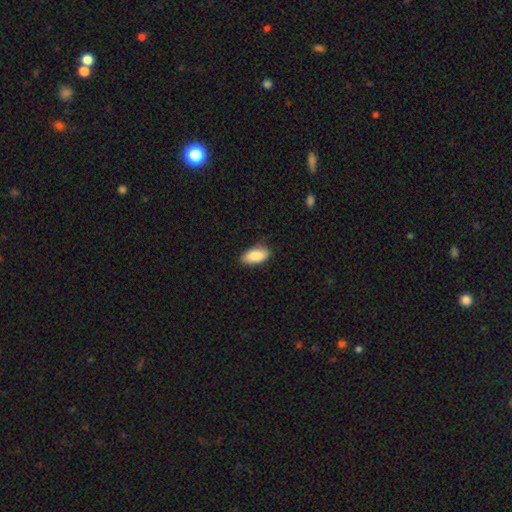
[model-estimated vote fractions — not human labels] Smooth or featured? Predicted: smooth (p=0.88). How rounded? Predicted: in between (p=0.92). Merging? Predicted: none (p=0.79).